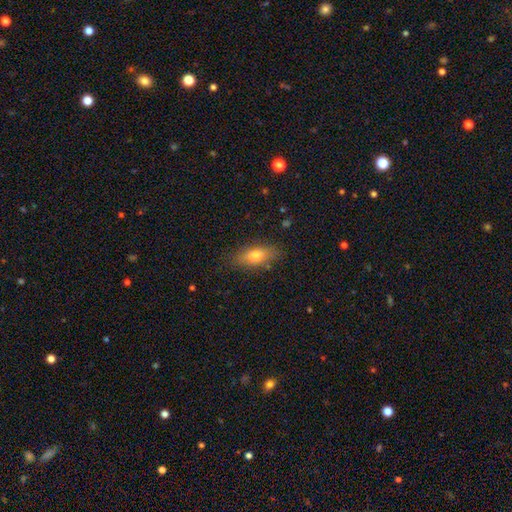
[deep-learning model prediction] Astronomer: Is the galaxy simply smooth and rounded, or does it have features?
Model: smooth — 71%.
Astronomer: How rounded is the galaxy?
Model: in between — 77%.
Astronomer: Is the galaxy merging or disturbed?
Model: none — 83%.